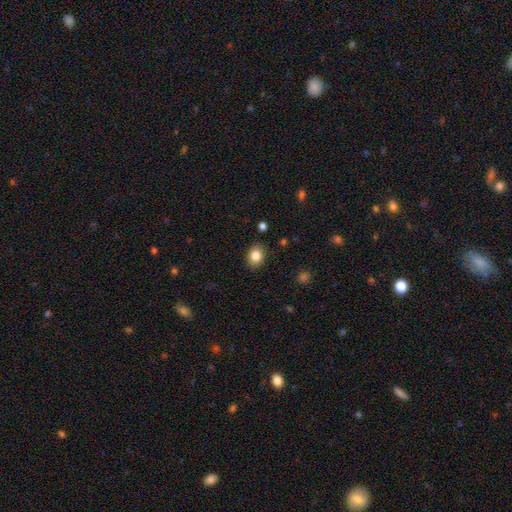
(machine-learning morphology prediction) Q: Smooth or featured?
A: smooth (83%); runner-up: star or artifact (10%)
Q: How rounded?
A: round (50%); runner-up: in between (49%)
Q: Merging?
A: none (87%); runner-up: minor disturbance (10%)